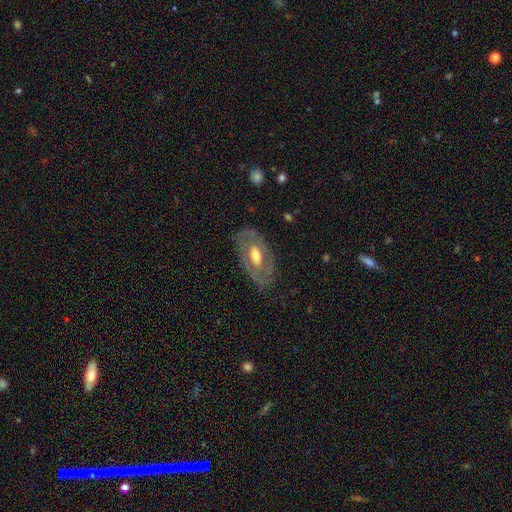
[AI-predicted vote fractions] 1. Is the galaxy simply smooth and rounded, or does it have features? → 65% featured or disk, 29% smooth, 6% star or artifact.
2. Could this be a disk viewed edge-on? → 90% no, 10% yes.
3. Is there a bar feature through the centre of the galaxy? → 55% no, 32% weak, 12% strong.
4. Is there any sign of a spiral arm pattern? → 60% no, 40% yes.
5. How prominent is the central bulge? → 64% moderate, 19% large, 14% small, 1% none, 1% dominant.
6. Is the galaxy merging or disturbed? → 75% none, 17% minor disturbance, 7% major disturbance, 1% merger.